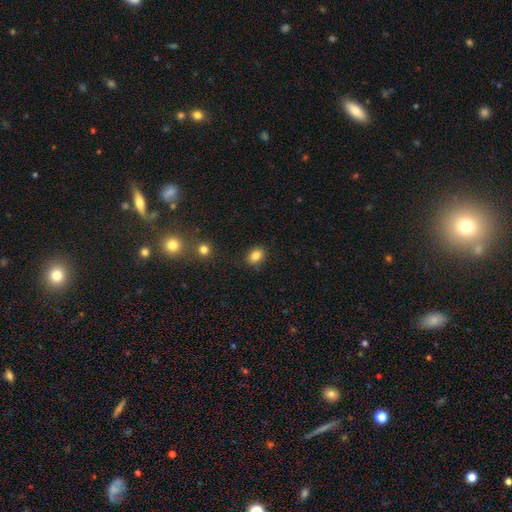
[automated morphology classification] smooth 84%, star or artifact 11%, featured or disk 5%. Down the decision tree: how rounded — in between (59%); merging — none (83%).